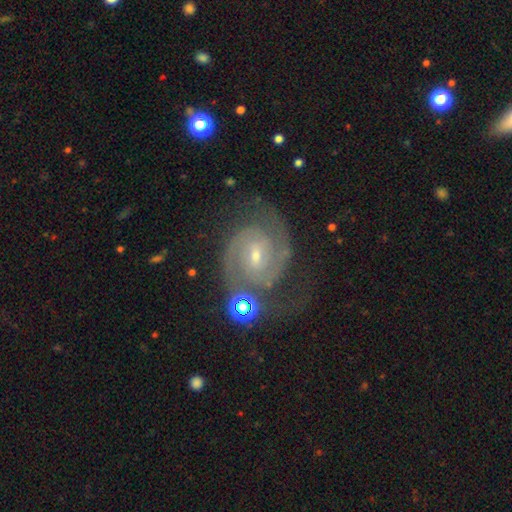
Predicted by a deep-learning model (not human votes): smooth-or-featured: featured or disk: 91% | star or artifact: 5% | smooth: 4%
  disk-edge-on: no: 98% | yes: 2%
    bar: weak: 48% | no: 34% | strong: 18%
    has-spiral-arms: yes: 98% | no: 2%
      spiral-winding: tight: 51% | medium: 42% | loose: 7%
      spiral-arm-count: 2: 87% | 3: 4% | can't tell: 4% | 4: 2% | 1: 2% | more than 4: 1%
    bulge-size: small: 72% | moderate: 24% | none: 2% | large: 1% | dominant: 1%
  merging: none: 74% | minor disturbance: 15% | major disturbance: 7% | merger: 4%